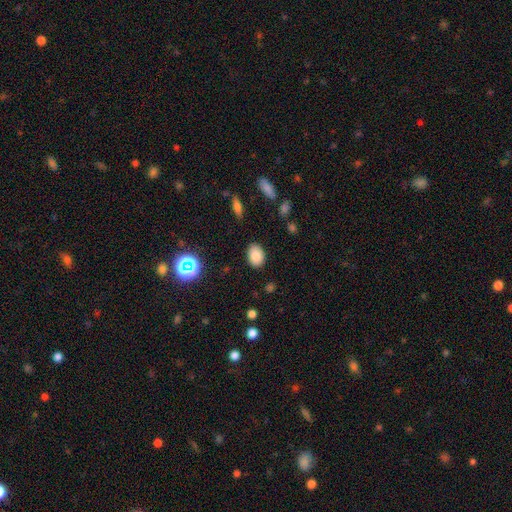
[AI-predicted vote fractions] smooth-or-featured: smooth: 83% | star or artifact: 11% | featured or disk: 6%
  how-rounded: in between: 80% | round: 19% | cigar-shaped: 1%
  merging: none: 86% | minor disturbance: 10% | major disturbance: 3% | merger: 1%